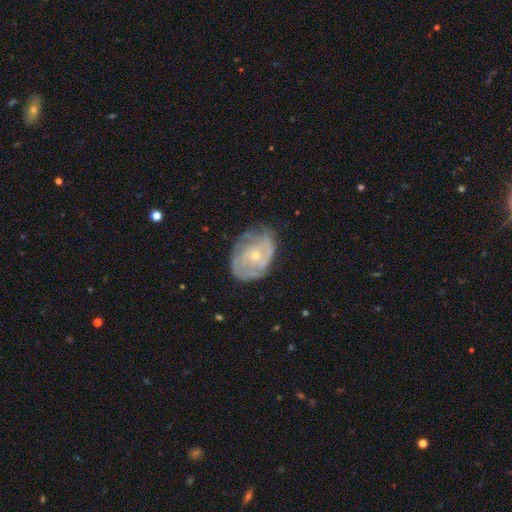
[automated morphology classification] Smooth or featured? featured or disk (81%)
Edge-on disk? no (97%)
Bar? no (77%)
Spiral arms? yes (90%)
Spiral winding? tight (57%)
Spiral arm count? can't tell (34%)
Bulge size? small (65%)
Merging? none (66%)